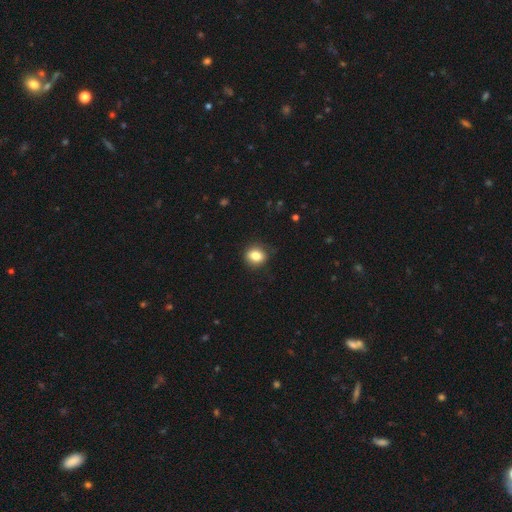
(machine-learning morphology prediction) This appears to be a smooth galaxy with no disk features (83%) that is round (58%). Merging: none (80%).